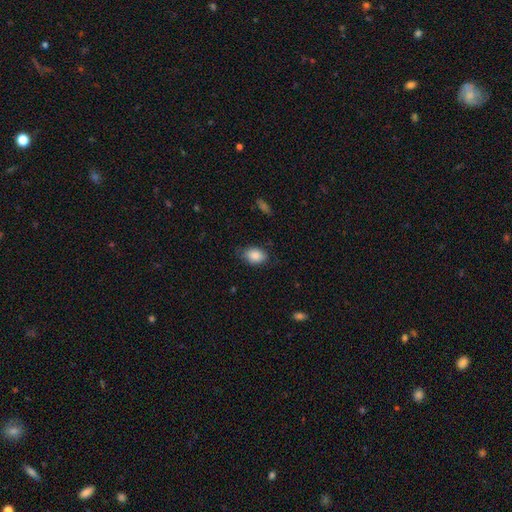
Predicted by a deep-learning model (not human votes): Smooth or featured: smooth — 88% (star or artifact — 7%)
How rounded: in between — 84% (round — 15%)
Merging: none — 73% (minor disturbance — 21%)